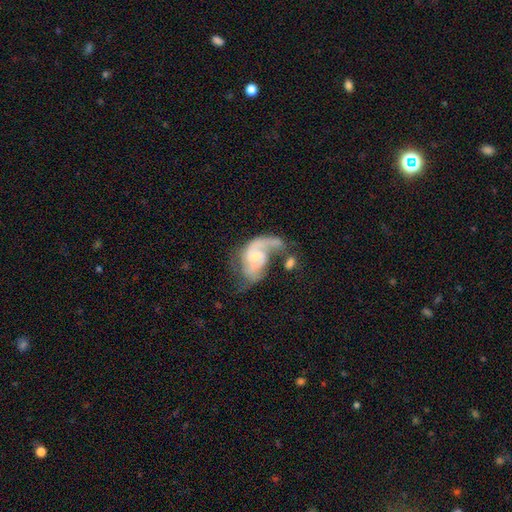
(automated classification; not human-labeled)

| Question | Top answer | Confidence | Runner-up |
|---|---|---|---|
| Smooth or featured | featured or disk | 77% | smooth (17%) |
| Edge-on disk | no | 98% | yes (2%) |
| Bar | no | 58% | weak (35%) |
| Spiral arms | yes | 88% | no (12%) |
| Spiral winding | loose | 44% | medium (39%) |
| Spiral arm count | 2 | 45% | 1 (42%) |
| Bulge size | small | 54% | moderate (26%) |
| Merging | major disturbance | 41% | none (23%) |